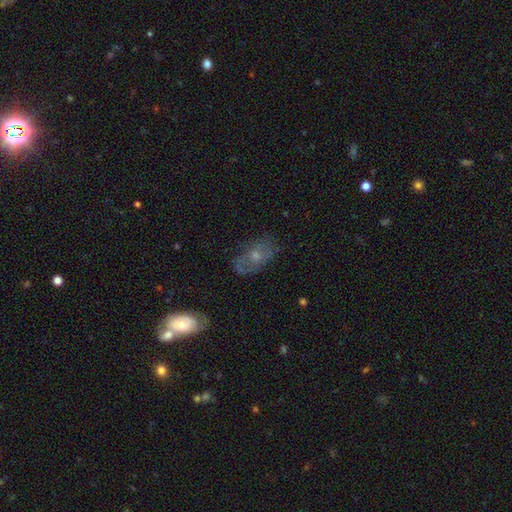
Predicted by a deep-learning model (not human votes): The model was most divided on "smooth or featured": featured or disk: 52%, smooth: 36%, star or artifact: 12%. More confident: edge-on disk — no (92%); merging — none (60%).